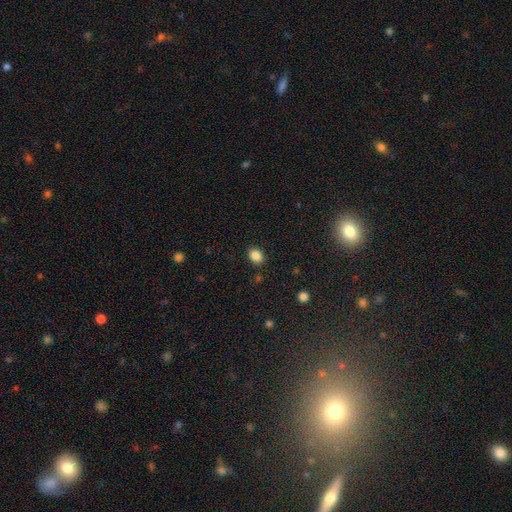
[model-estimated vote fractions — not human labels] Smooth or featured? Predicted: smooth (p=0.86). How rounded? Predicted: in between (p=0.57). Merging? Predicted: none (p=0.86).